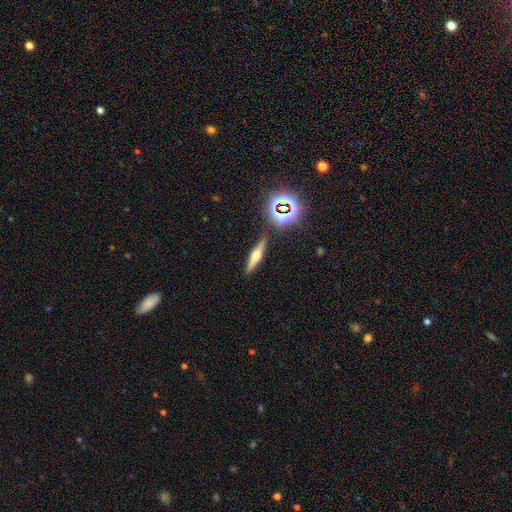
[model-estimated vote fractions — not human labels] Q: Smooth or featured?
A: featured or disk (56%); runner-up: smooth (29%)
Q: Edge-on disk?
A: yes (95%); runner-up: no (5%)
Q: Edge-on bulge?
A: rounded (91%); runner-up: boxy (6%)
Q: Merging?
A: none (87%); runner-up: minor disturbance (8%)